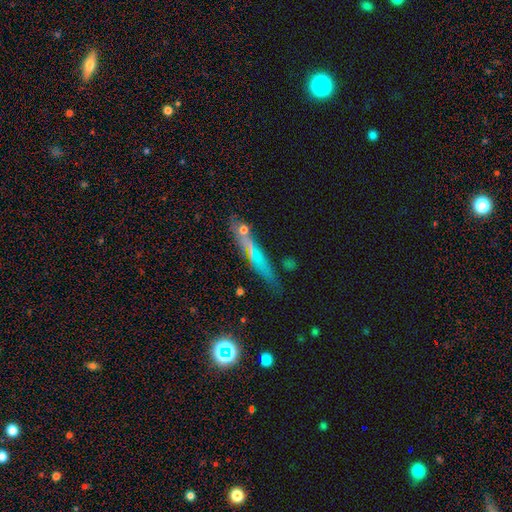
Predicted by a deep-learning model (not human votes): smooth_or_featured: smooth (p=0.46) [alt: featured or disk p=0.34]
merging: none (p=0.75) [alt: minor disturbance p=0.15]